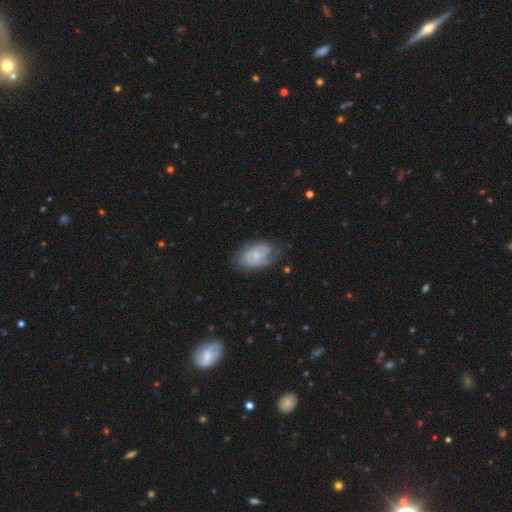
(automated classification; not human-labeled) The model was most divided on "spiral arm count": 2: 47%, can't tell: 32%, 3: 10%, 1: 6%, 4: 3%, more than 4: 3%. More confident: edge-on disk — no (97%); spiral arms — yes (87%); bar — no (71%); smooth or featured — featured or disk (71%); bulge size — small (65%); merging — none (64%); spiral winding — tight (53%).